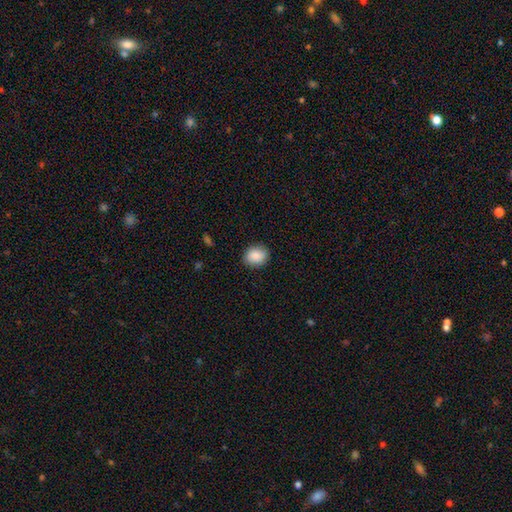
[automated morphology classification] Smooth or featured? Predicted: smooth (p=0.87). How rounded? Predicted: round (p=0.55). Merging? Predicted: none (p=0.89).